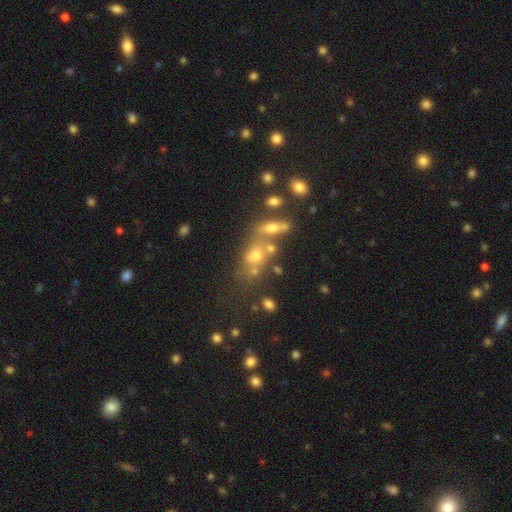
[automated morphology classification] Smooth or featured? Predicted: smooth (p=0.60). How rounded? Predicted: in between (p=0.63). Merging? Predicted: none (p=0.40).